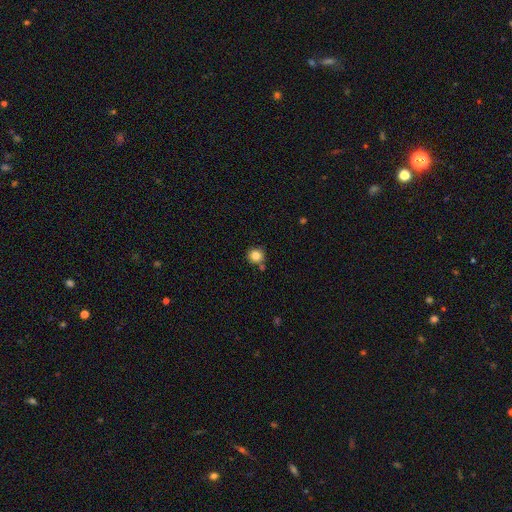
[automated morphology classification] smooth 83%, star or artifact 11%, featured or disk 7%. Down the decision tree: how rounded — round (93%); merging — none (77%).